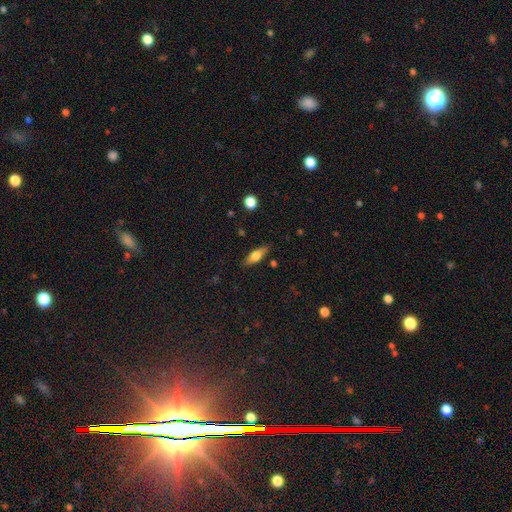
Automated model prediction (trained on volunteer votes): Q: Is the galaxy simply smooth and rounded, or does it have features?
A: smooth — 59%.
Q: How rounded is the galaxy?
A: in between — 61%.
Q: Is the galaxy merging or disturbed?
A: none — 84%.